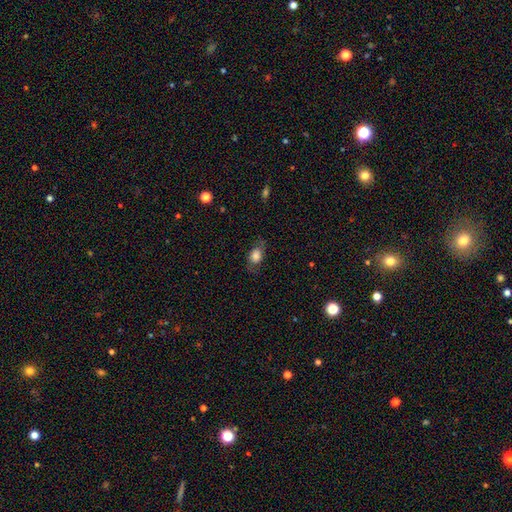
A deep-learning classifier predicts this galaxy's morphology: Smooth or featured?
  - smooth: 71% *
  - featured or disk: 19%
  - star or artifact: 9%
How rounded?
  - in between: 67% *
  - round: 30%
  - cigar-shaped: 3%
Merging?
  - none: 66% *
  - minor disturbance: 22%
  - major disturbance: 11%
  - merger: 1%